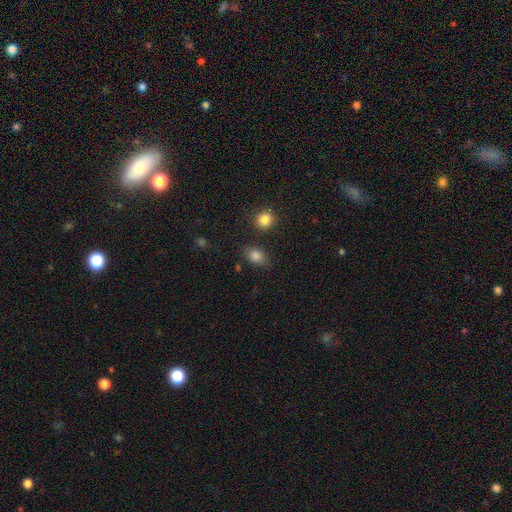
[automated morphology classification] This appears to be a smooth galaxy with no disk features (84%) that is in between round and cigar-shaped (74%). Merging: none (79%).